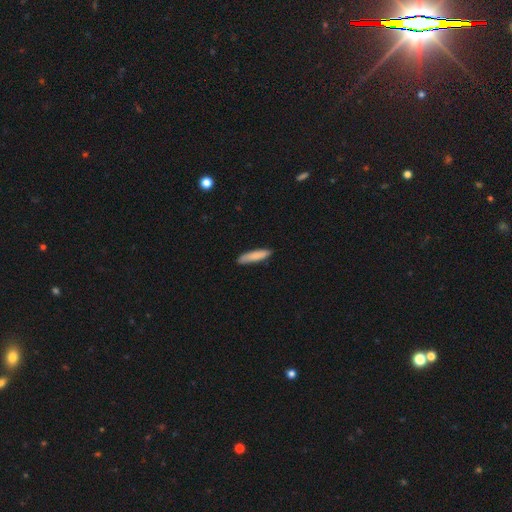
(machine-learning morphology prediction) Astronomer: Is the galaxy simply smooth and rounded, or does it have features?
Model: smooth — 83%.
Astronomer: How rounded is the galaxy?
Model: cigar-shaped — 82%.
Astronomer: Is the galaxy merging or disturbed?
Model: none — 85%.